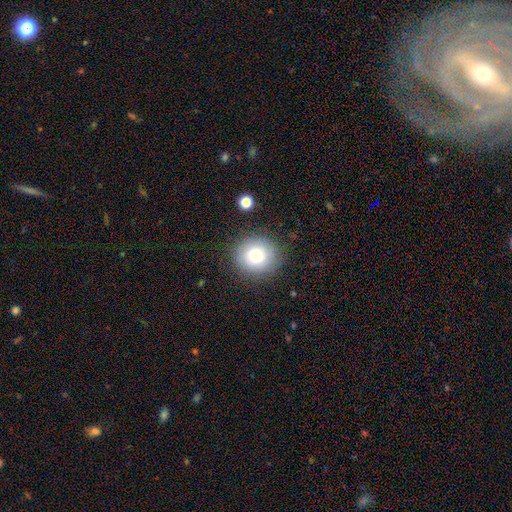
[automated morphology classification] smooth 77%, star or artifact 11%, featured or disk 11%. Down the decision tree: how rounded — round (89%); merging — none (87%).